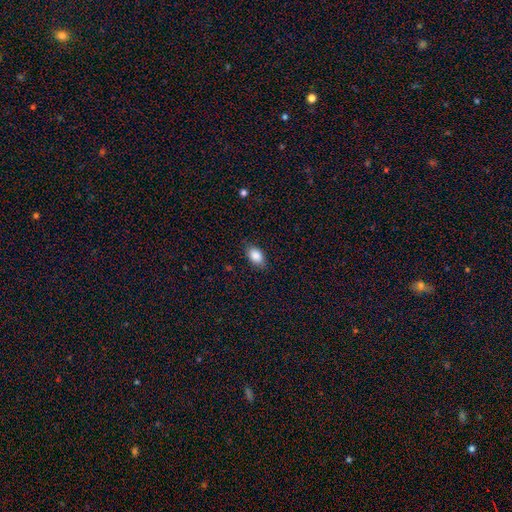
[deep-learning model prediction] A smooth galaxy with no disk features (87%) that is in between round and cigar-shaped (90%).

Vote fractions:
- Smooth or featured? smooth: 87% / star or artifact: 8% / featured or disk: 5%
- How rounded? in between: 90% / round: 8% / cigar-shaped: 2%
- Merging? none: 83% / minor disturbance: 13% / major disturbance: 3% / merger: 1%